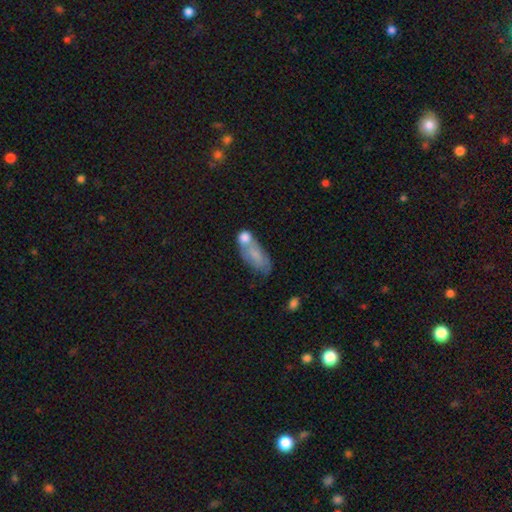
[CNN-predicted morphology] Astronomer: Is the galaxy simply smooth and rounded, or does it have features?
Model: smooth — 66%.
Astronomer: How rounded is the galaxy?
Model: in between — 85%.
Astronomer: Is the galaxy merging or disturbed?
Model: merger — 45% (runner-up: none, 27%).